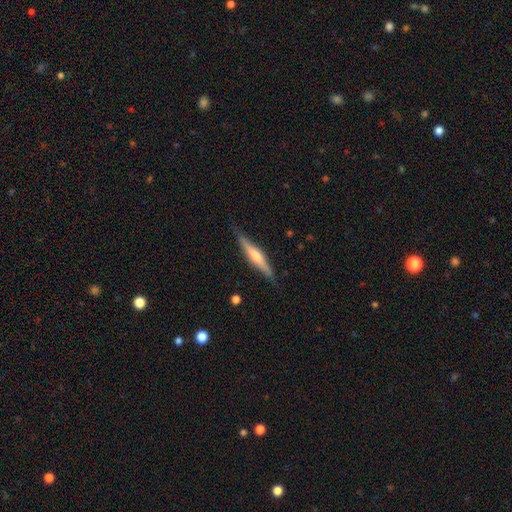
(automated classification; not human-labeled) Overall: featured or disk (56%; smooth 38%). Edge-on disk: yes (95%). Edge-on bulge: rounded (68%). Merging: none (82%).